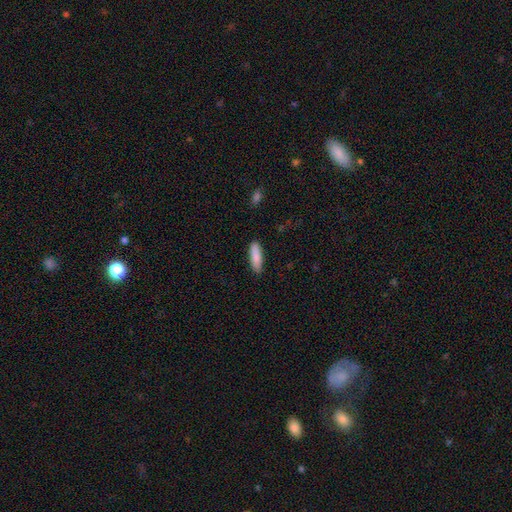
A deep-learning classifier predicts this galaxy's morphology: A smooth galaxy with no disk features (86%) that is cigar-shaped (57%). Merging: none (87%).